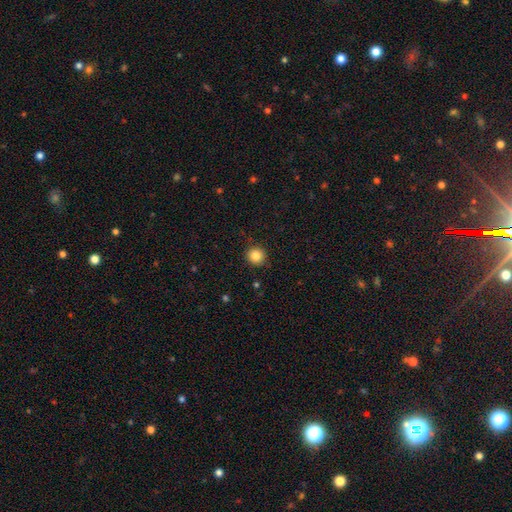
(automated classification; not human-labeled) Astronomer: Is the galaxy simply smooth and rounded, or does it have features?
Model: smooth — 84%.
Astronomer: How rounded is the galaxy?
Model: round — 94%.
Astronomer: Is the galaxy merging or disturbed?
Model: none — 90%.